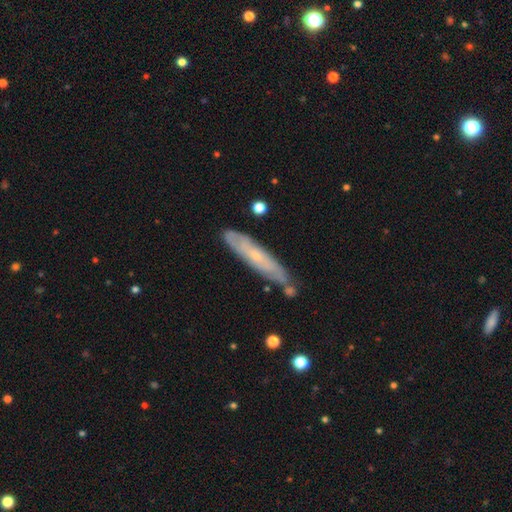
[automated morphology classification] Smooth or featured? featured or disk (57%)
Edge-on disk? yes (55%)
Merging? none (76%)